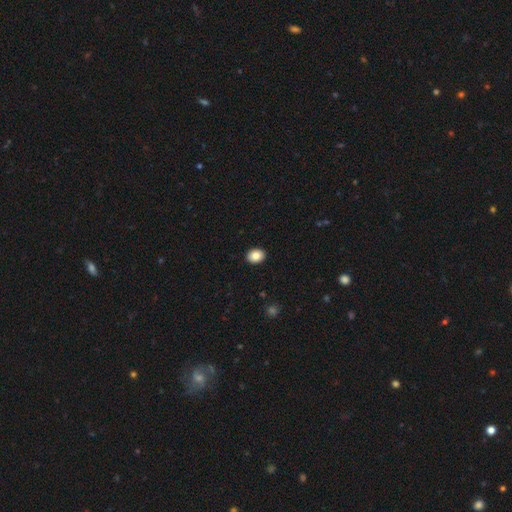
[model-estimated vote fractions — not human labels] Morphology: type=smooth (84%); roundness=in between (59%); merging=none (92%).